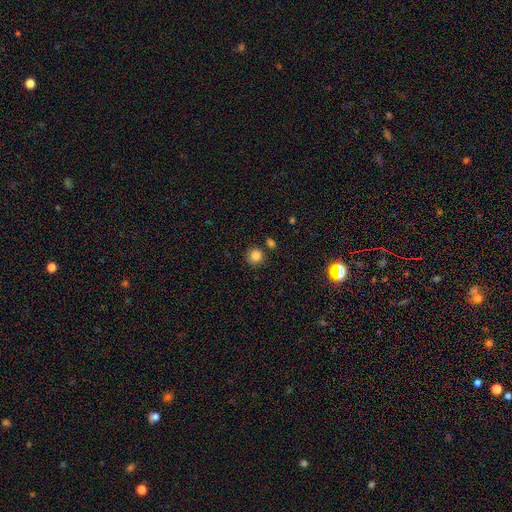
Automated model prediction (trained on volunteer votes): Smooth or featured: smooth — 85% (star or artifact — 11%)
How rounded: round — 93% (in between — 6%)
Merging: none — 81% (minor disturbance — 9%)